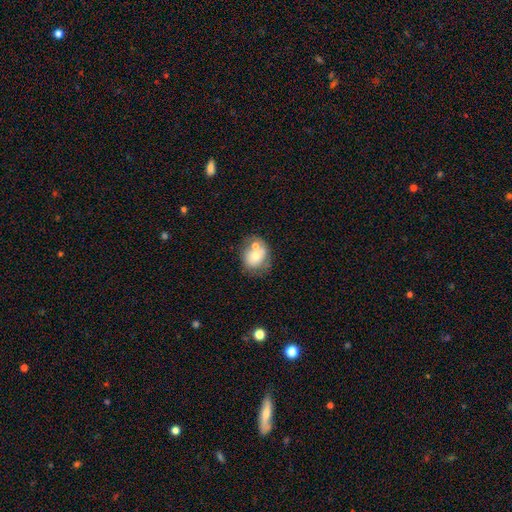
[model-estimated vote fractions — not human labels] A smooth galaxy with no disk features (62%) that is round (60%). Merging: none (39%).